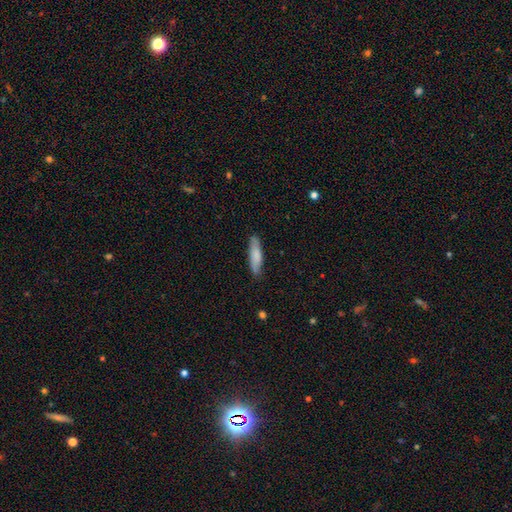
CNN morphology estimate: A smooth galaxy with no disk features (79%) that is cigar-shaped (69%).

Vote fractions:
- Smooth or featured? smooth: 79% / featured or disk: 15% / star or artifact: 5%
- How rounded? cigar-shaped: 69% / in between: 29% / round: 1%
- Merging? none: 84% / minor disturbance: 13% / major disturbance: 2% / merger: 1%